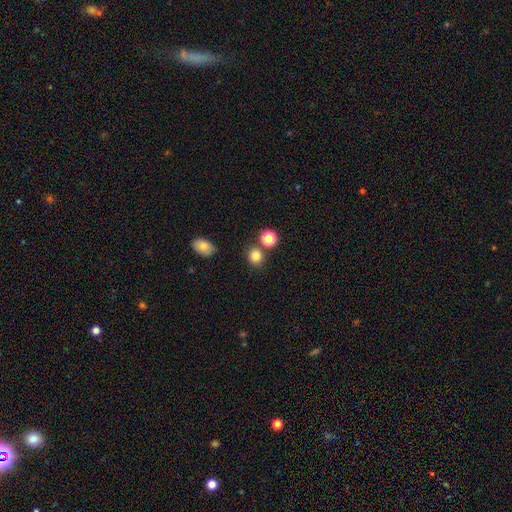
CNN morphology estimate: smooth_or_featured: smooth (p=0.82) [alt: star or artifact p=0.13]
how_rounded: round (p=0.81) [alt: in between p=0.18]
merging: none (p=0.75) [alt: merger p=0.13]